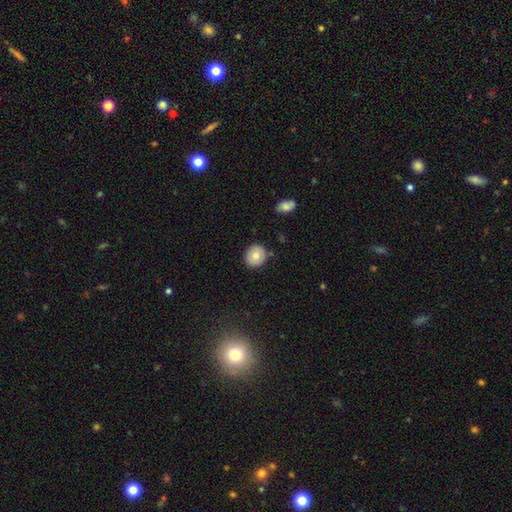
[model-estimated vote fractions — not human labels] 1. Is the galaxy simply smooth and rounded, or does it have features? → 78% smooth, 14% featured or disk, 8% star or artifact.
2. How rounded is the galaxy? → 87% round, 12% in between, 1% cigar-shaped.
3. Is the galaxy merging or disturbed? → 85% none, 10% minor disturbance, 2% merger, 2% major disturbance.